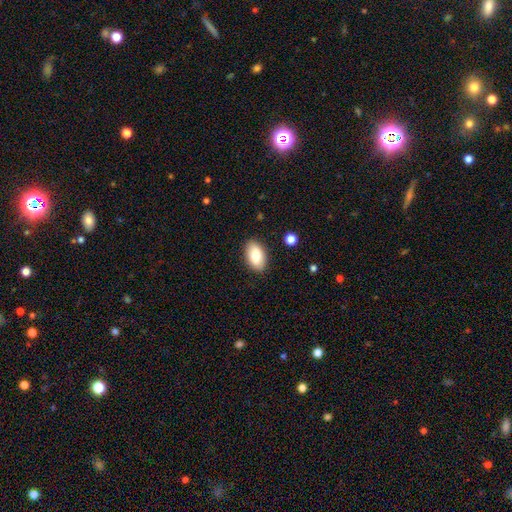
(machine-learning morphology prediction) Overall: smooth (81%). How rounded: in between (93%). Merging: none (88%).